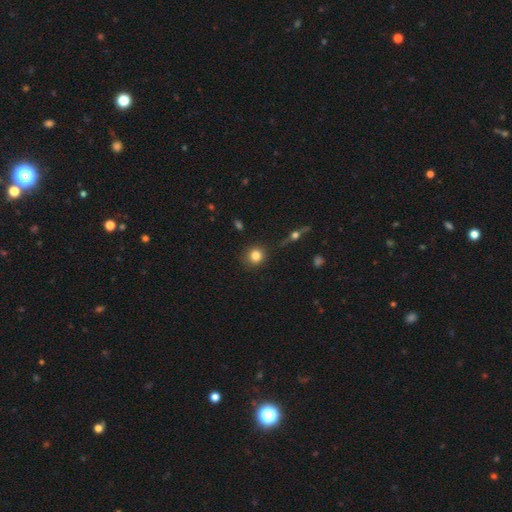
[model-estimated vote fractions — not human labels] Morphology: type=smooth (80%); roundness=round (88%); merging=none (87%).